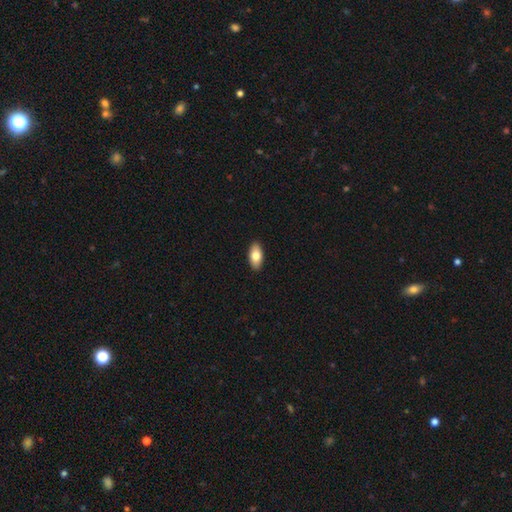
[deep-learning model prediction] smooth 80%, featured or disk 14%, star or artifact 6%. Down the decision tree: how rounded — in between (92%); merging — none (91%).